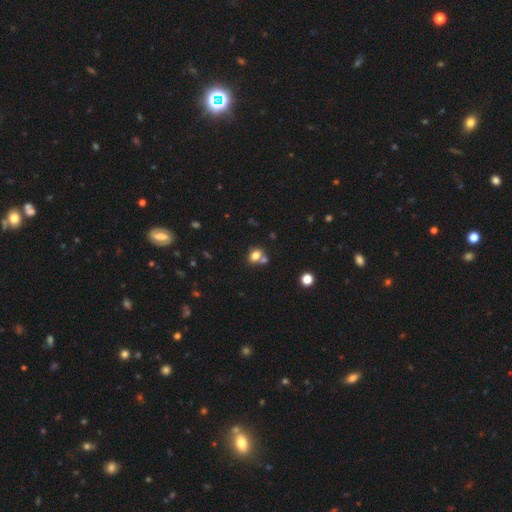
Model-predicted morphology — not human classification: A smooth galaxy with no disk features (77%) that is round (54%). Merging: none (50%).